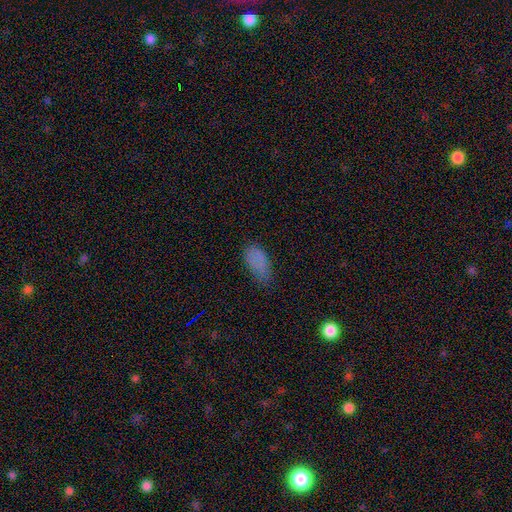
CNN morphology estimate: smooth 71%, star or artifact 19%, featured or disk 9%. Down the decision tree: how rounded — in between (85%); merging — none (68%).